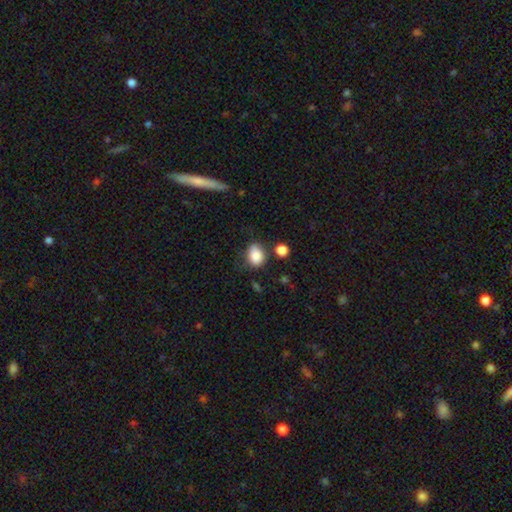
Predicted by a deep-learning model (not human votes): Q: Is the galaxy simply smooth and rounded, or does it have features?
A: smooth — 85%.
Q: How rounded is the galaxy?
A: in between — 60%.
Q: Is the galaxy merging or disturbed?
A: none — 57%.